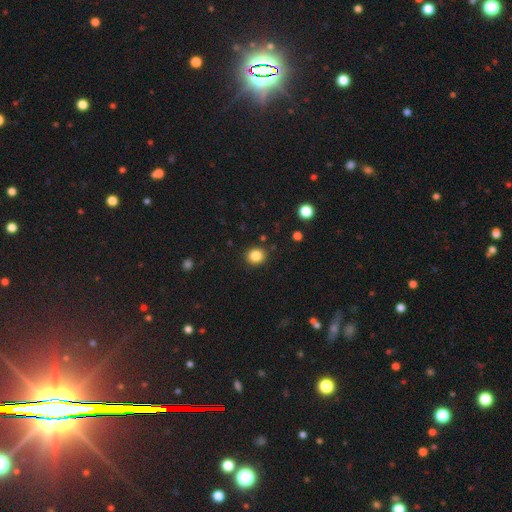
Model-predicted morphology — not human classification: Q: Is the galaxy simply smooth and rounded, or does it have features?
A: smooth — 85%.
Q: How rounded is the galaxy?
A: round — 83%.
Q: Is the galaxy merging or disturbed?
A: none — 90%.